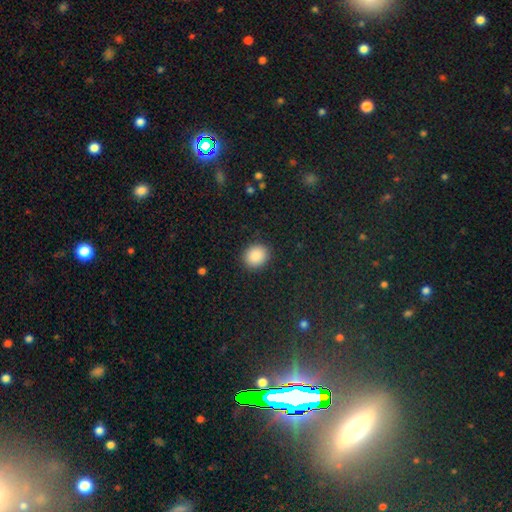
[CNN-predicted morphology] type=smooth (89%); roundness=round (67%); merging=none (90%).